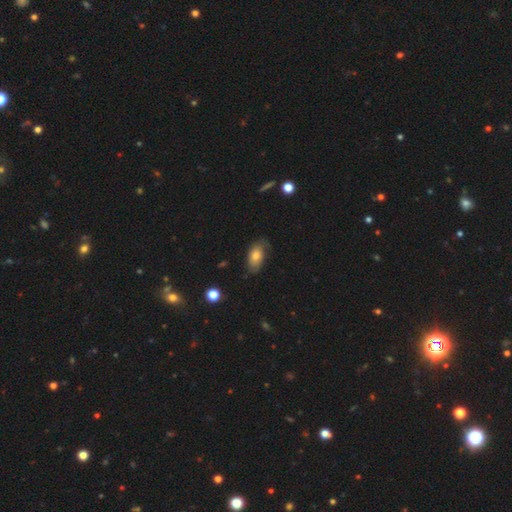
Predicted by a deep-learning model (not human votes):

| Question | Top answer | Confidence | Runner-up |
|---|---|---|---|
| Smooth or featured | smooth | 71% | featured or disk (21%) |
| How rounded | in between | 91% | round (5%) |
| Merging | none | 64% | minor disturbance (26%) |